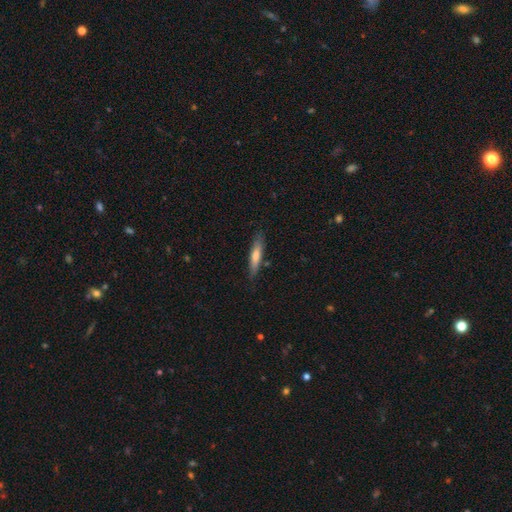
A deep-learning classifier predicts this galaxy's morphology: The model was most divided on "smooth or featured": smooth: 65%, featured or disk: 29%, star or artifact: 6%. More confident: how rounded — cigar-shaped (84%); merging — none (83%).